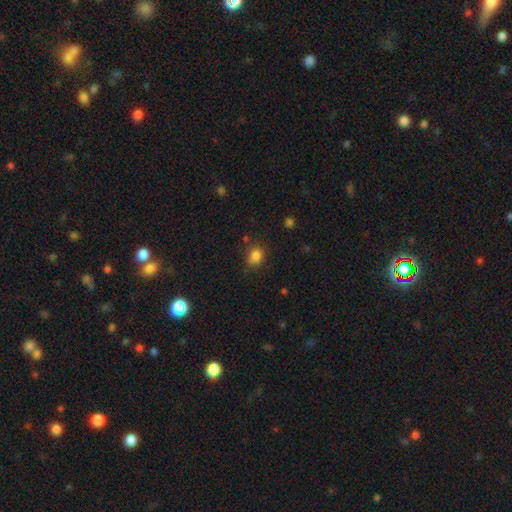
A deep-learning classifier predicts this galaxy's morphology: Smooth or featured: smooth — 83% (star or artifact — 12%)
How rounded: round — 53% (in between — 46%)
Merging: none — 74% (minor disturbance — 18%)